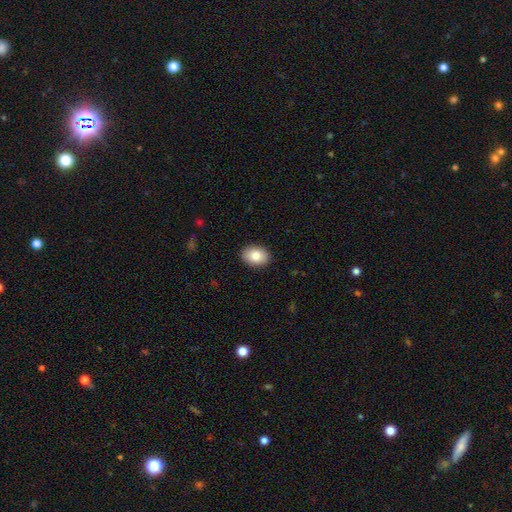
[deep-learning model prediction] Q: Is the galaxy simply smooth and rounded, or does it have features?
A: smooth — 84%.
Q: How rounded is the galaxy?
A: in between — 78%.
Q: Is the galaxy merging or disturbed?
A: none — 90%.